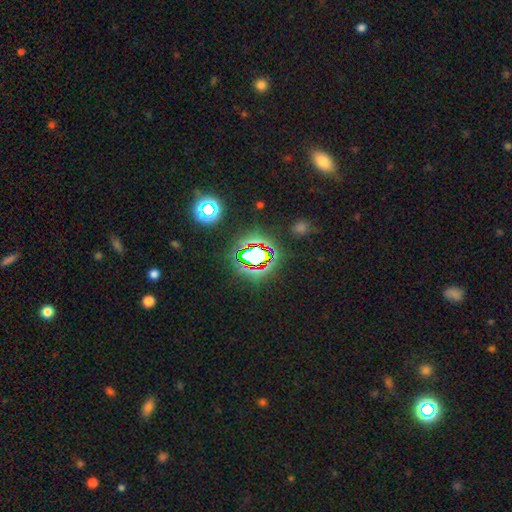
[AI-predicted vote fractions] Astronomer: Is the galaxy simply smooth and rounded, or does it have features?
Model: star or artifact — 64%.